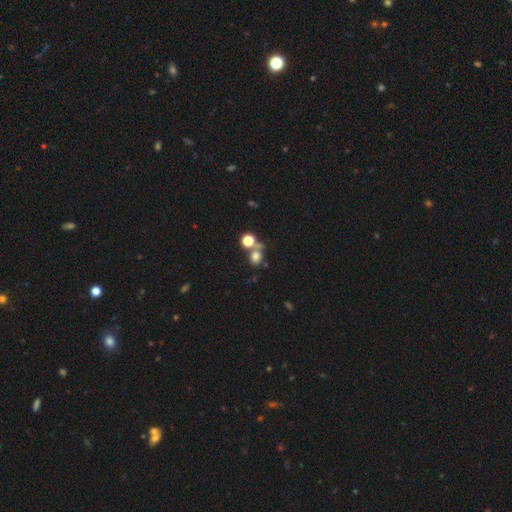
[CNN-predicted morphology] A smooth galaxy with no disk features (73%) that is round (67%).

Vote fractions:
- Smooth or featured? smooth: 73% / star or artifact: 17% / featured or disk: 10%
- How rounded? round: 67% / in between: 31% / cigar-shaped: 1%
- Merging? none: 49% / merger: 35% / minor disturbance: 10% / major disturbance: 6%